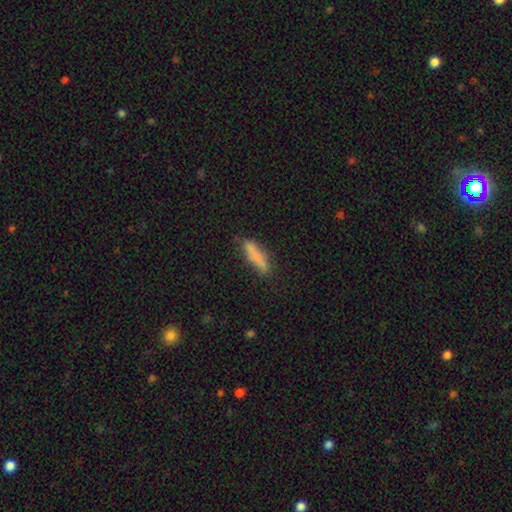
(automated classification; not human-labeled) Smooth or featured? smooth (78%)
How rounded? cigar-shaped (74%)
Merging? none (71%)